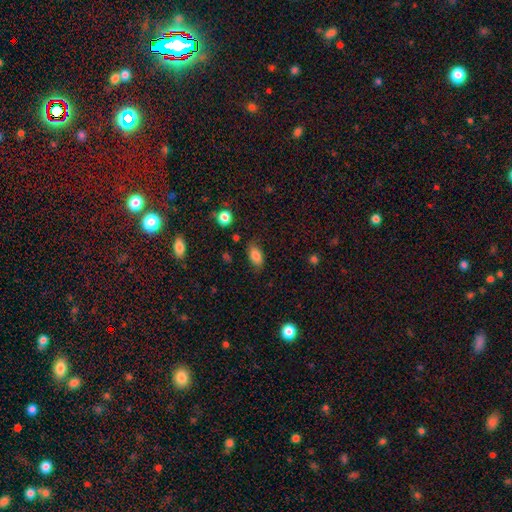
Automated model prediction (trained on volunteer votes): This is clearly a smooth galaxy (81%). How rounded: clearly in between (89%). Merging: likely none (77%).